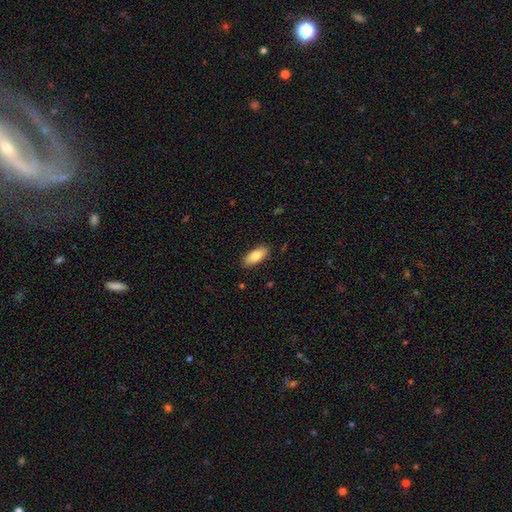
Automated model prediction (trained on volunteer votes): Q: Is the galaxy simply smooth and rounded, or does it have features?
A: smooth — 82%.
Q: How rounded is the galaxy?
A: in between — 81%.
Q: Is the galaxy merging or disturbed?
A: none — 87%.